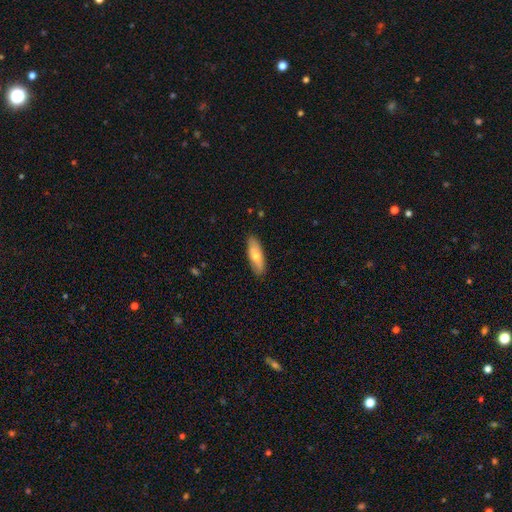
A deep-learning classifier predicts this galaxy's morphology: Q: Smooth or featured?
A: smooth (64%); runner-up: featured or disk (30%)
Q: How rounded?
A: in between (58%); runner-up: cigar-shaped (39%)
Q: Merging?
A: none (87%); runner-up: minor disturbance (10%)